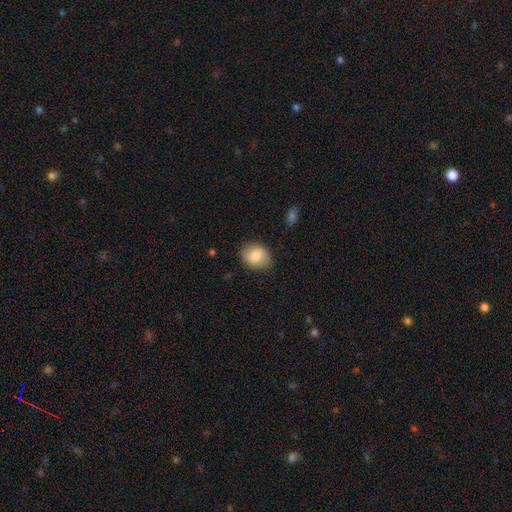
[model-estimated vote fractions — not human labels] smooth-or-featured: smooth: 82% | featured or disk: 11% | star or artifact: 7%
  how-rounded: in between: 50% | round: 49% | cigar-shaped: 1%
  merging: none: 84% | minor disturbance: 12% | major disturbance: 3% | merger: 1%